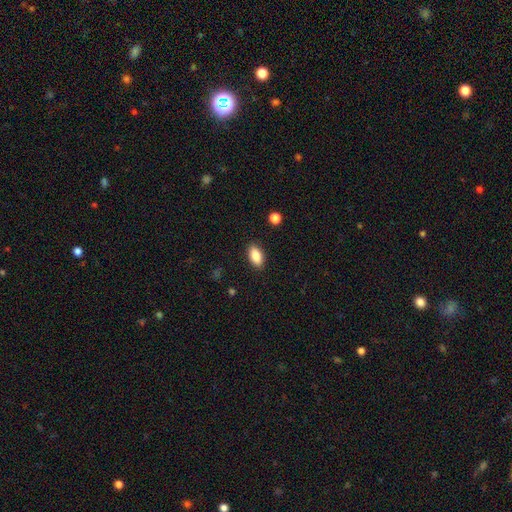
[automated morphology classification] This appears to be a smooth galaxy with no disk features (86%) that is in between round and cigar-shaped (90%). Merging: none (88%).